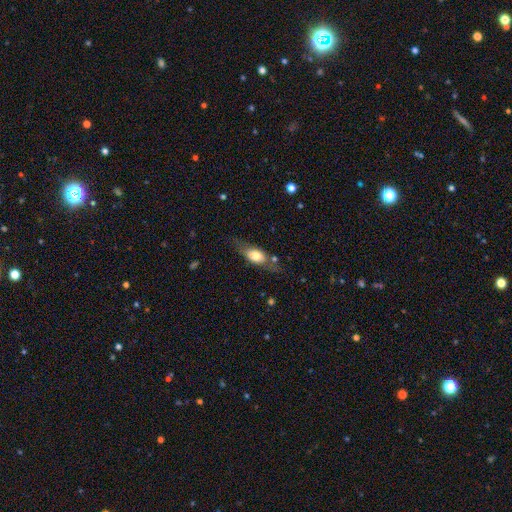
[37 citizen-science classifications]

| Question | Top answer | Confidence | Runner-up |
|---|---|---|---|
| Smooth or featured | smooth | 70% | featured or disk (30%) |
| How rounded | in between | 69% | cigar-shaped (23%) |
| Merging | none | 70% | minor disturbance (22%) |